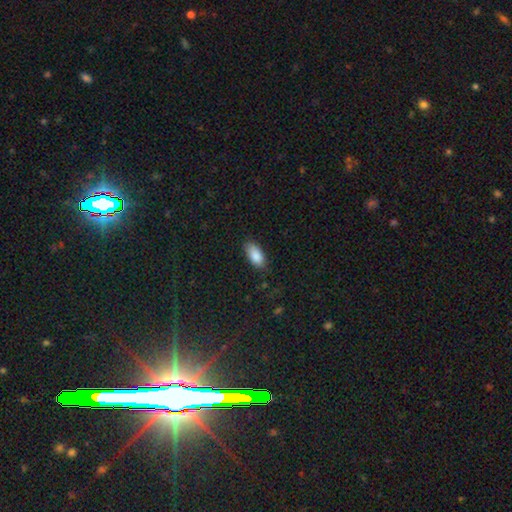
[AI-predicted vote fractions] A smooth galaxy with no disk features (87%) that is in between round and cigar-shaped (90%). Merging: none (80%).